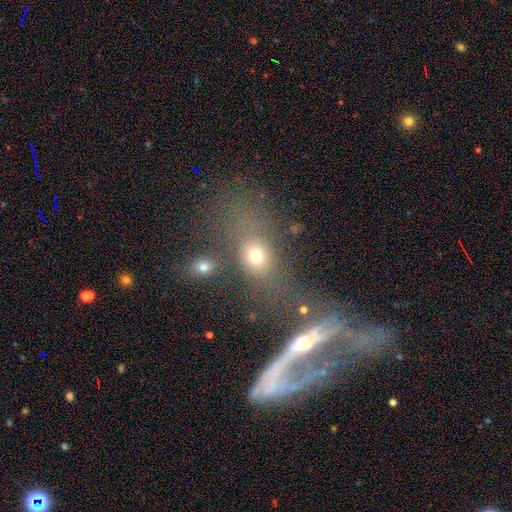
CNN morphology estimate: type=smooth (70%); roundness=in between (59%); merging=none (51%).